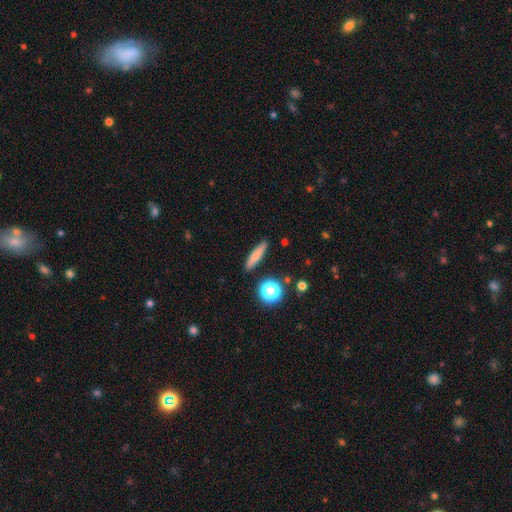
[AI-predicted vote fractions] Smooth or featured: smooth — 72% (featured or disk — 18%)
How rounded: cigar-shaped — 80% (in between — 14%)
Merging: none — 87% (minor disturbance — 8%)